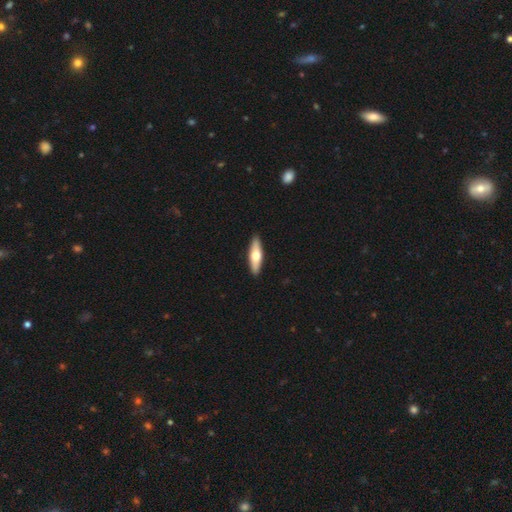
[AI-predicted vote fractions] This appears to be a smooth galaxy with no disk features (54%) that is cigar-shaped (59%). Merging: none (91%).